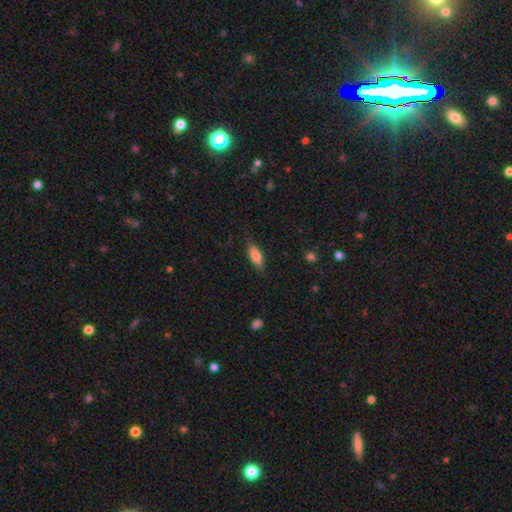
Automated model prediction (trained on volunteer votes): This is likely a smooth galaxy (75%). How rounded: likely in between (63%). Merging: clearly none (80%).